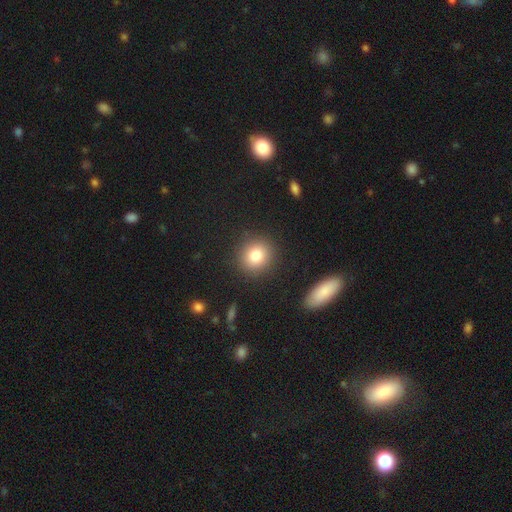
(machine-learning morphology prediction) A smooth galaxy with no disk features (81%) that is round (87%). Merging: none (89%).